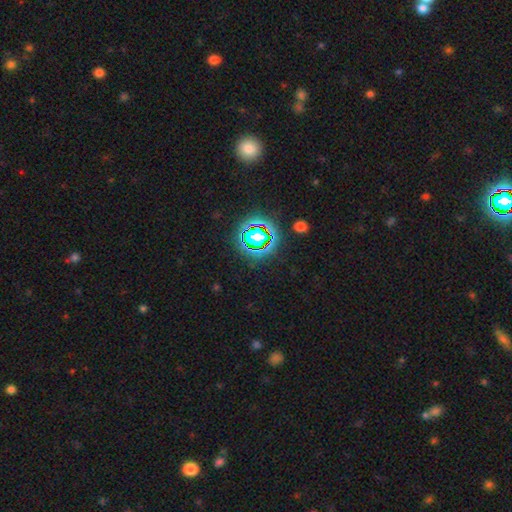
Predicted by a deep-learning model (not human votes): This is likely a star or artifact rather than a galaxy (77%).